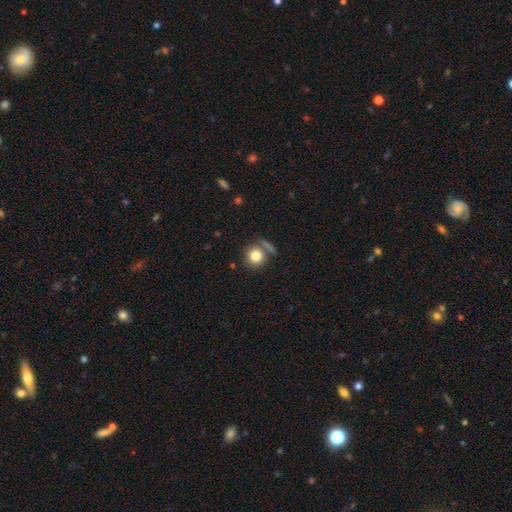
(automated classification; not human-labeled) This is clearly a smooth galaxy (82%). How rounded: clearly round (88%). Merging: likely none (68%).